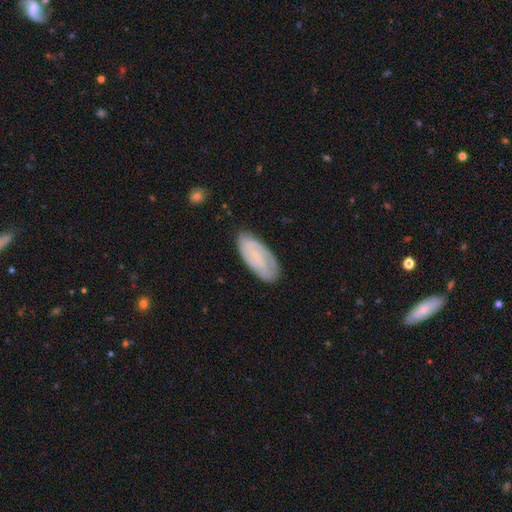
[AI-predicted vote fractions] A featured or disk galaxy (58%) with no bar (57%), spiral arms (87%) and a small central bulge (46%).

Vote fractions:
- Smooth or featured? featured or disk: 58% / smooth: 35% / star or artifact: 7%
- Edge-on disk? no: 93% / yes: 7%
- Bar? no: 57% / weak: 34% / strong: 9%
- Spiral arms? yes: 87% / no: 13%
- Bulge size? small: 46% / none: 41% / moderate: 10% / large: 2% / dominant: 1%
- Merging? none: 78% / minor disturbance: 16% / major disturbance: 4% / merger: 1%